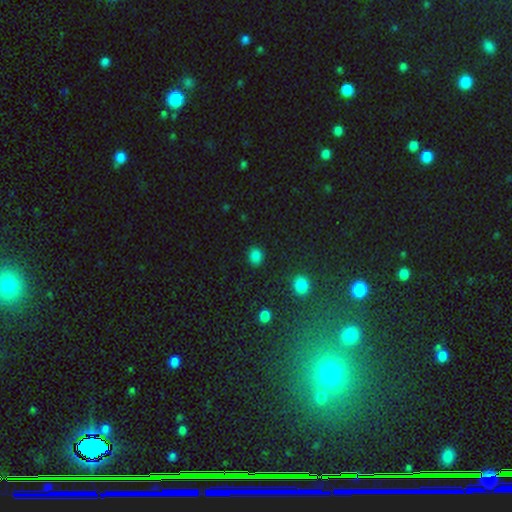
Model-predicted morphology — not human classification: A smooth galaxy with no disk features (83%) that is round (68%).

Vote fractions:
- Smooth or featured? smooth: 83% / star or artifact: 14% / featured or disk: 3%
- How rounded? round: 68% / in between: 31% / cigar-shaped: 1%
- Merging? none: 87% / minor disturbance: 9% / major disturbance: 3% / merger: 2%